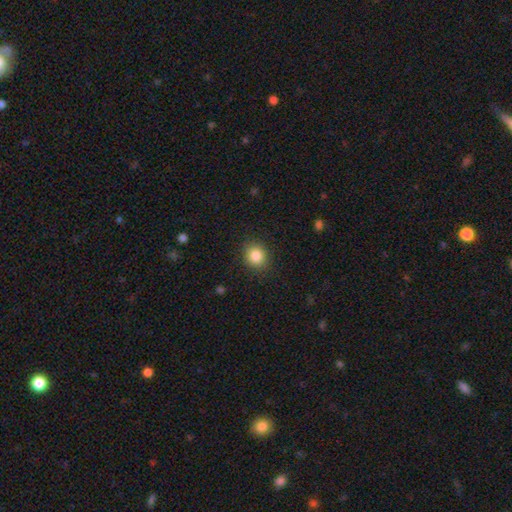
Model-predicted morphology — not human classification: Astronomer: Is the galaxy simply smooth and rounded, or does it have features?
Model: smooth — 86%.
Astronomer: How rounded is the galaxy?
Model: round — 73%.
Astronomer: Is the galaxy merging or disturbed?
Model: none — 88%.